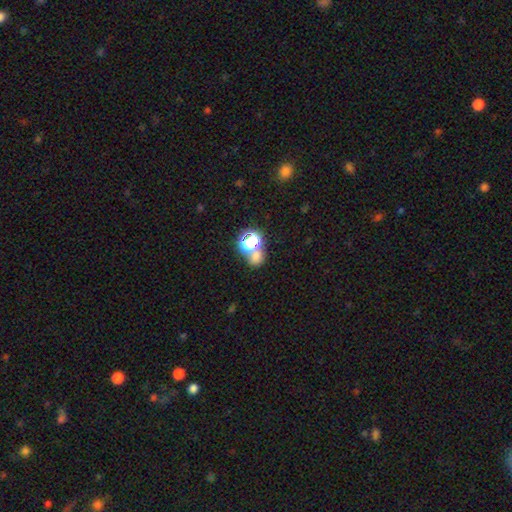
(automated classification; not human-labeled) The model was most divided on "smooth or featured": smooth: 46%, star or artifact: 44%, featured or disk: 10%. More confident: merging — none (54%).